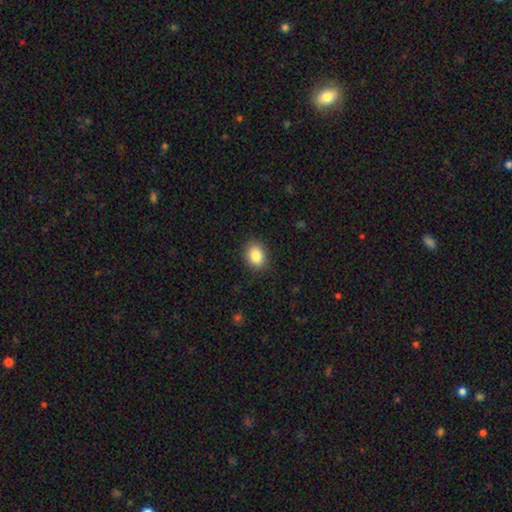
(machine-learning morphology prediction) The model was most divided on "how rounded": in between: 64%, round: 35%, cigar-shaped: 1%. More confident: merging — none (87%); smooth or featured — smooth (85%).